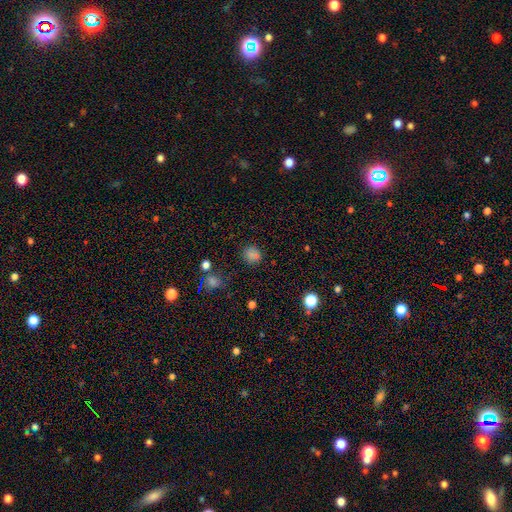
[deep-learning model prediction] This is likely a smooth galaxy (67%). How rounded: clearly round (85%). Merging: likely none (79%).